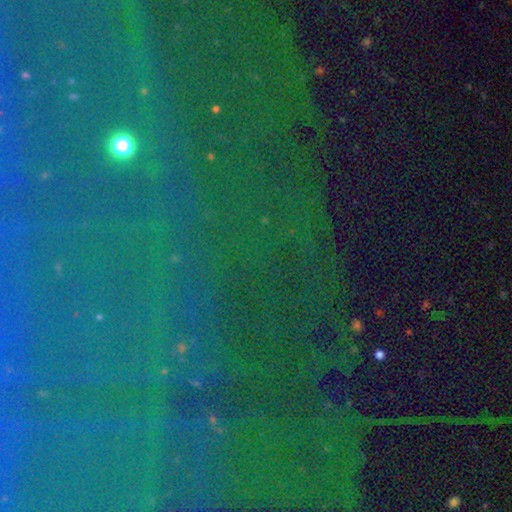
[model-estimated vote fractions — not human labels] Morphology: type=star or artifact (82%).